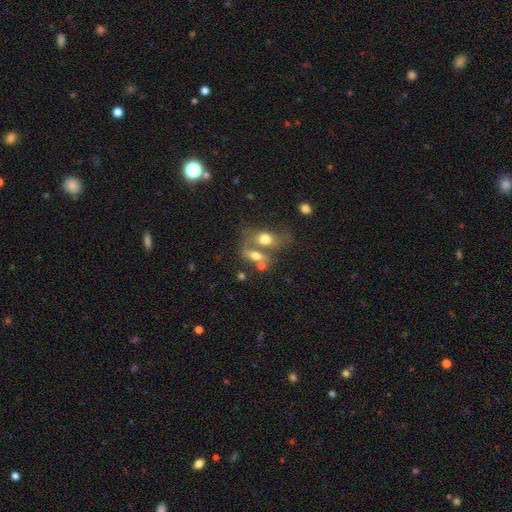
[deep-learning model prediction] Smooth or featured? Predicted: smooth (p=0.62). How rounded? Predicted: in between (p=0.69). Merging? Predicted: merger (p=0.51).